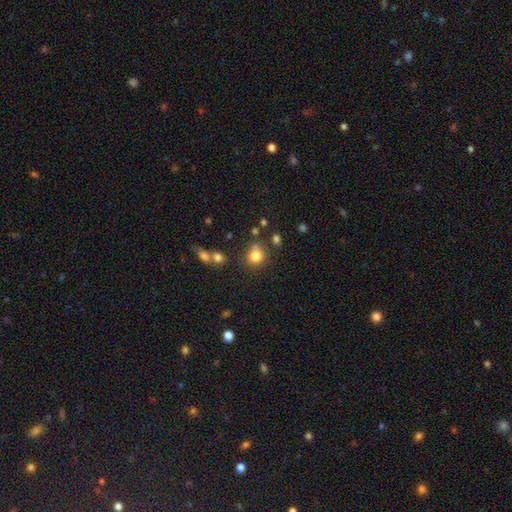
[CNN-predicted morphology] A smooth galaxy with no disk features (79%) that is round (84%). Merging: none (67%).